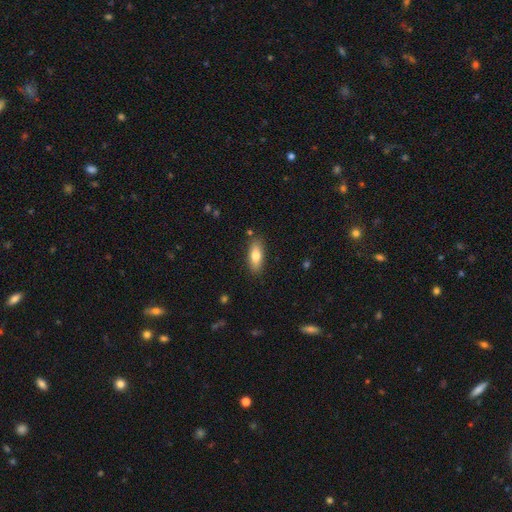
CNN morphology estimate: This is likely a smooth galaxy (76%). How rounded: likely in between (73%). Merging: clearly none (85%).